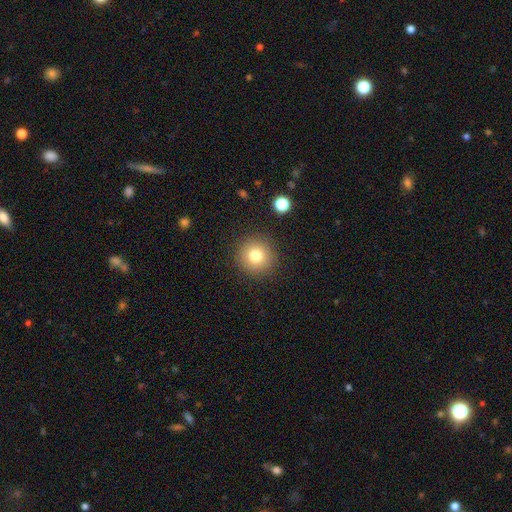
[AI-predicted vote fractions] smooth 79%, star or artifact 12%, featured or disk 9%. Down the decision tree: how rounded — round (95%); merging — none (89%).